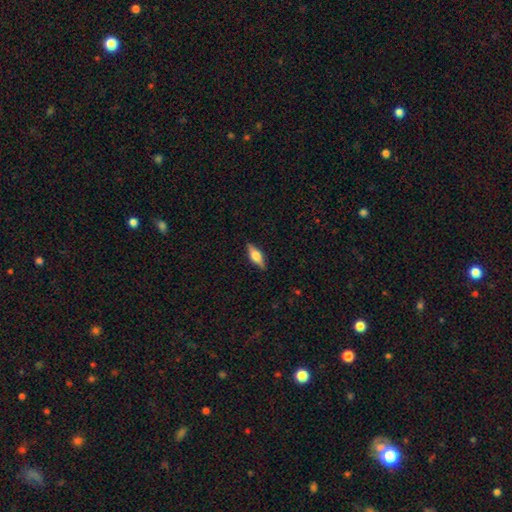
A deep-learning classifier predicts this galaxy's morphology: smooth-or-featured: featured or disk: 48% | smooth: 45% | star or artifact: 7%
  merging: none: 87% | minor disturbance: 10% | major disturbance: 2% | merger: 1%